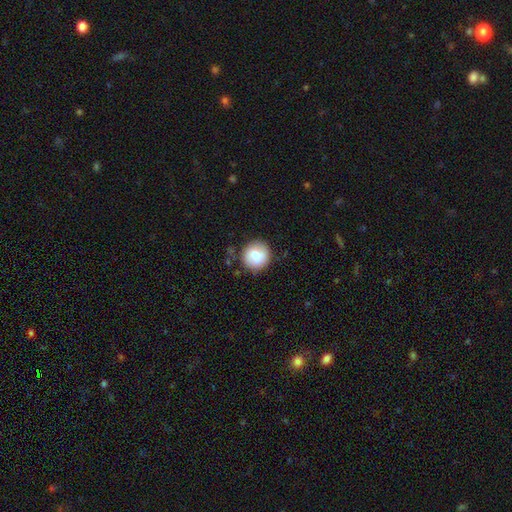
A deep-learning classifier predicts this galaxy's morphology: Smooth or featured: smooth — 77% (featured or disk — 16%)
How rounded: round — 92% (in between — 7%)
Merging: none — 82% (minor disturbance — 12%)